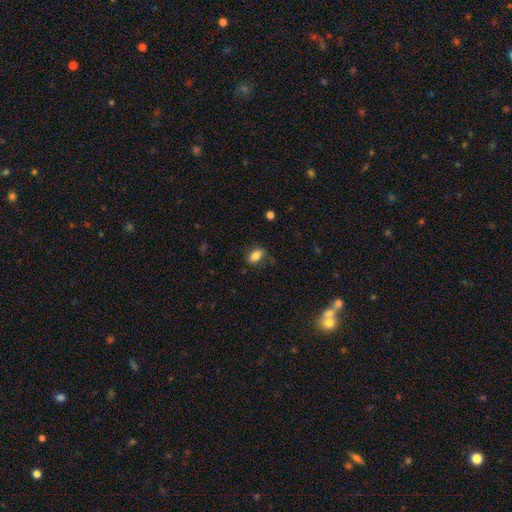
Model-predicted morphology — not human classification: Smooth or featured?
  - smooth: 81% *
  - featured or disk: 10%
  - star or artifact: 9%
How rounded?
  - in between: 87% *
  - round: 10%
  - cigar-shaped: 3%
Merging?
  - none: 72% *
  - minor disturbance: 20%
  - major disturbance: 6%
  - merger: 2%